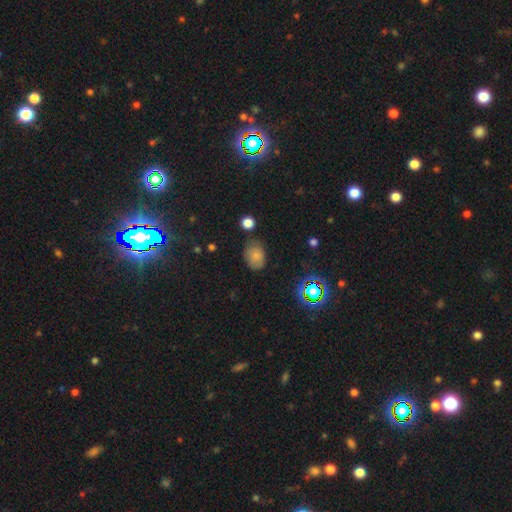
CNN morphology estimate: Smooth or featured? smooth (75%)
How rounded? in between (73%)
Merging? none (67%)